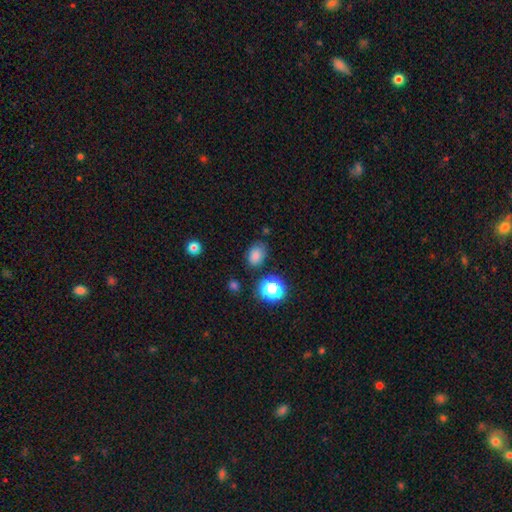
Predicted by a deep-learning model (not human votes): Smooth or featured? Predicted: smooth (p=0.79). How rounded? Predicted: in between (p=0.72). Merging? Predicted: none (p=0.74).